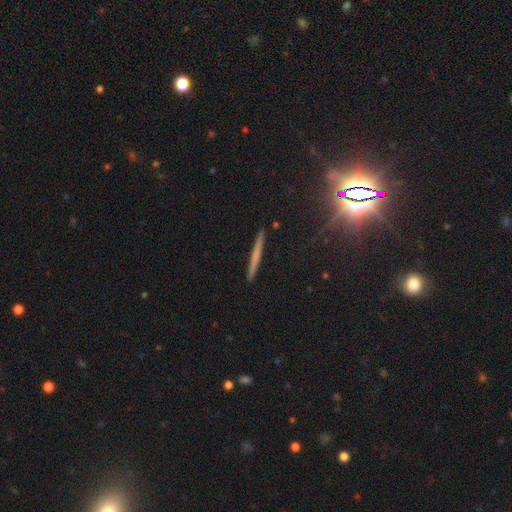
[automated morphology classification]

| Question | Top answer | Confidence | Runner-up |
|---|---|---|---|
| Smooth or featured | smooth | 46% | featured or disk (42%) |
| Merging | none | 91% | minor disturbance (6%) |